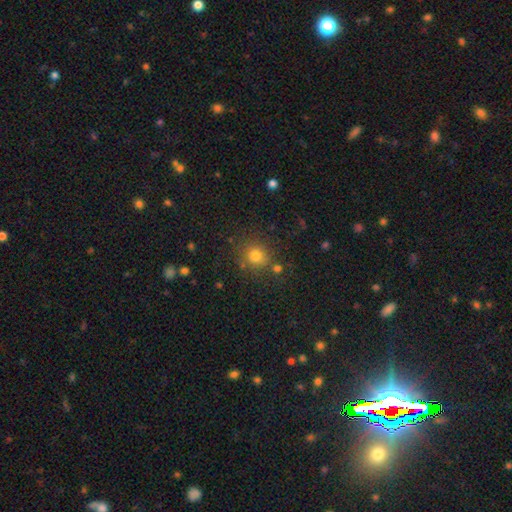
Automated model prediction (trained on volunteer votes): smooth 78%, star or artifact 16%, featured or disk 7%. Down the decision tree: how rounded — round (89%); merging — none (77%).